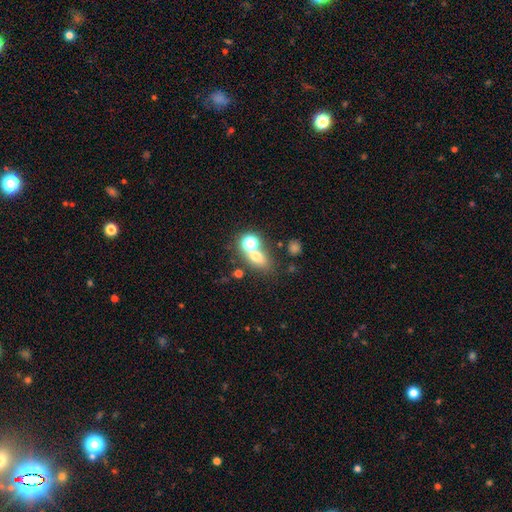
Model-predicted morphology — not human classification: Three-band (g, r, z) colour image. It shows a smooth galaxy with no disk features (65%) that is in between round and cigar-shaped (53%). Merging: none (46%).